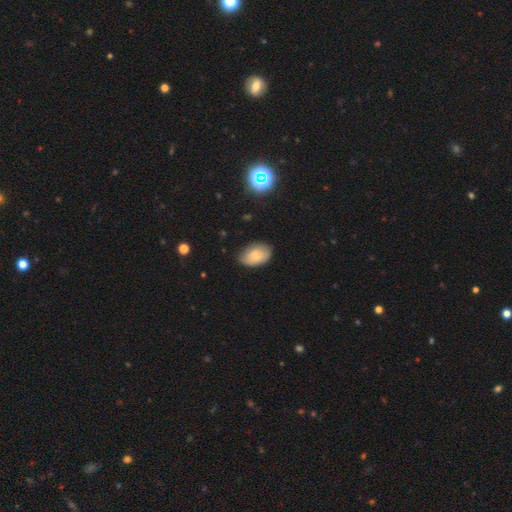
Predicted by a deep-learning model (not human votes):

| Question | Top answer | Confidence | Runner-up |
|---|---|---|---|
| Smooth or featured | smooth | 75% | featured or disk (17%) |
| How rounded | in between | 85% | round (14%) |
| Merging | none | 70% | minor disturbance (25%) |